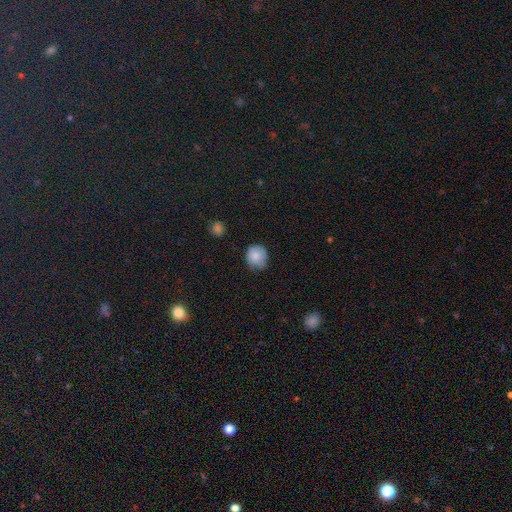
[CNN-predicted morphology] smooth 84%, featured or disk 8%, star or artifact 8%. Down the decision tree: how rounded — round (77%); merging — none (69%).